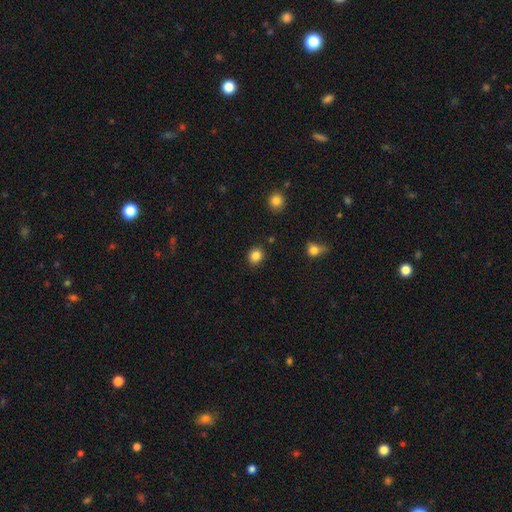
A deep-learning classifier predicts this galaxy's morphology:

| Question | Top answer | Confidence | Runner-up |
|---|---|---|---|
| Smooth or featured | smooth | 85% | star or artifact (11%) |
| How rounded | round | 73% | in between (26%) |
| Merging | none | 88% | minor disturbance (7%) |